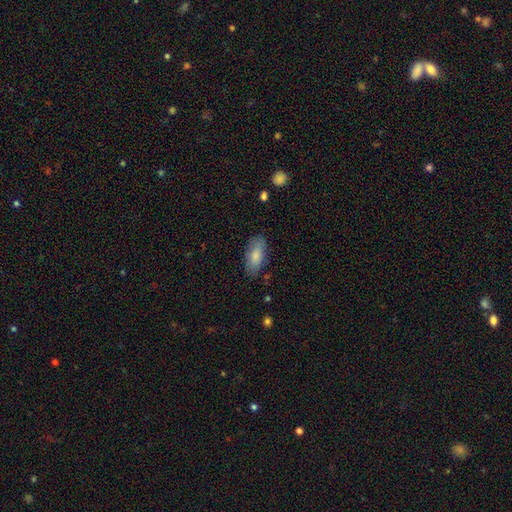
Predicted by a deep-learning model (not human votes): Smooth or featured? Predicted: smooth (p=0.81). How rounded? Predicted: in between (p=0.87). Merging? Predicted: none (p=0.80).